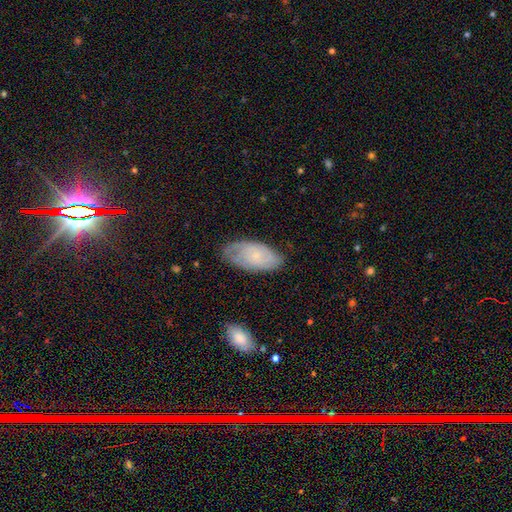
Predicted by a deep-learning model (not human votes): The model was most divided on "smooth or featured": featured or disk: 56%, smooth: 37%, star or artifact: 7%. More confident: edge-on disk — no (93%); spiral arms — yes (84%); bar — no (80%); bulge size — small (79%); merging — none (70%).